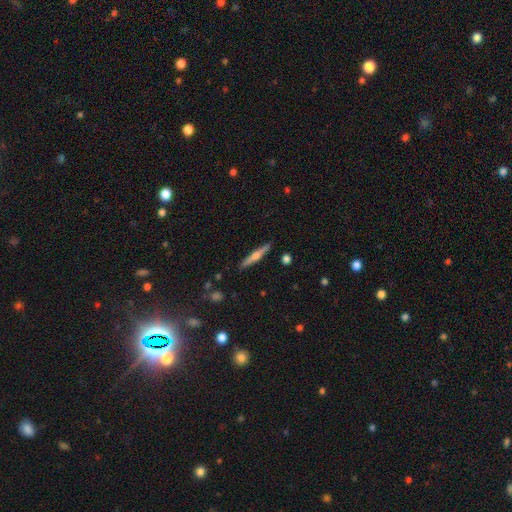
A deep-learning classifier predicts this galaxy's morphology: A featured or disk galaxy (62%) viewed edge-on (97%) with a rounded central bulge (87%). Merging: none (90%).